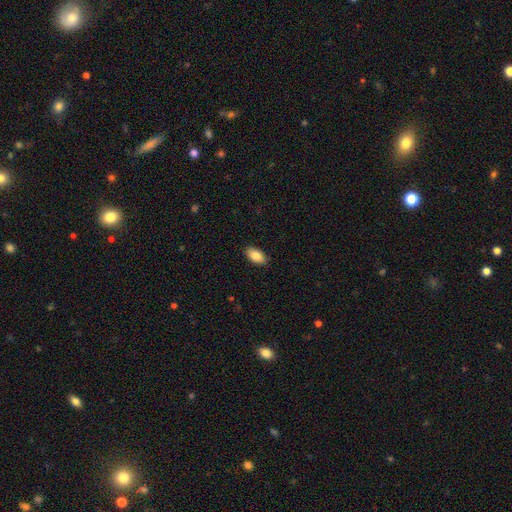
Smooth or featured? 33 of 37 (89%) said smooth. How rounded? 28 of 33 (85%) said in between. Merging? 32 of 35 (91%) said none.